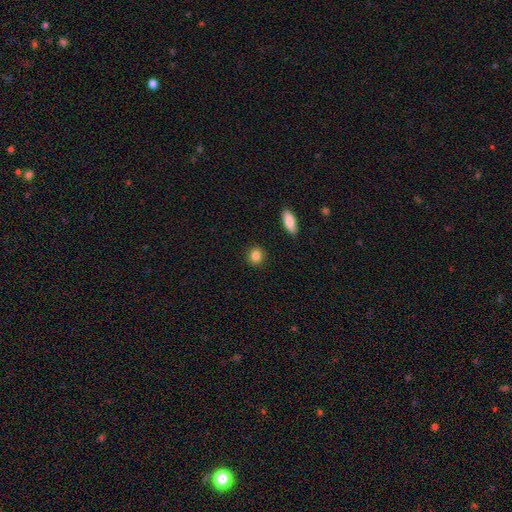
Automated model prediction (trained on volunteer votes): Smooth or featured?
  - smooth: 86% *
  - star or artifact: 9%
  - featured or disk: 5%
How rounded?
  - round: 80% *
  - in between: 18%
  - cigar-shaped: 2%
Merging?
  - none: 91% *
  - minor disturbance: 6%
  - major disturbance: 2%
  - merger: 2%